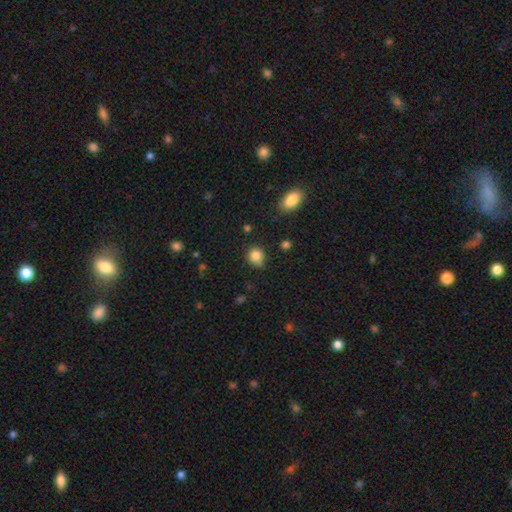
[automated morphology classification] A smooth galaxy with no disk features (84%) that is round (77%).

Vote fractions:
- Smooth or featured? smooth: 84% / star or artifact: 11% / featured or disk: 5%
- How rounded? round: 77% / in between: 22% / cigar-shaped: 1%
- Merging? none: 69% / minor disturbance: 23% / major disturbance: 5% / merger: 4%